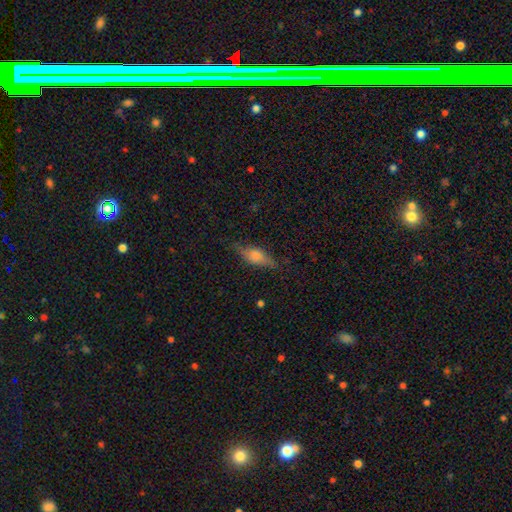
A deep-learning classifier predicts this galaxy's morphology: type=smooth (58%); roundness=in between (65%); merging=none (73%).